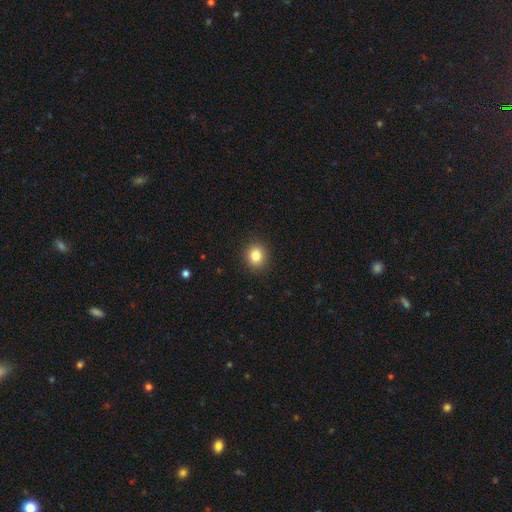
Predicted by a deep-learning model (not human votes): Q: Smooth or featured?
A: smooth (83%); runner-up: star or artifact (11%)
Q: How rounded?
A: round (80%); runner-up: in between (19%)
Q: Merging?
A: none (91%); runner-up: minor disturbance (6%)